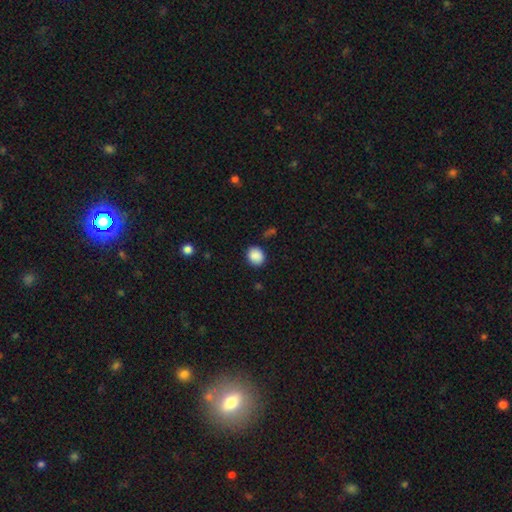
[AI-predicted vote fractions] smooth 88%, star or artifact 9%, featured or disk 4%. Down the decision tree: how rounded — round (63%); merging — none (83%).